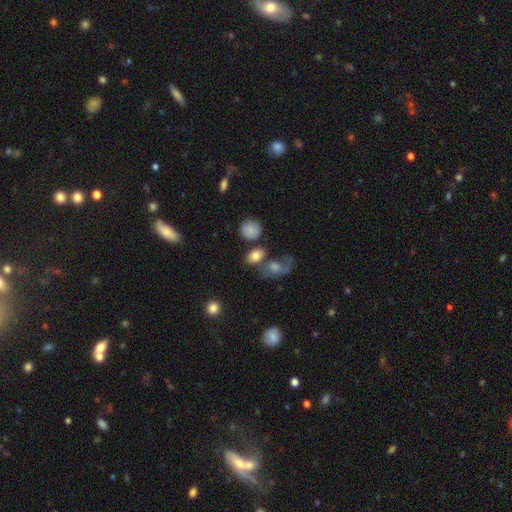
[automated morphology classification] This appears to be a smooth galaxy with no disk features (79%) that is in between round and cigar-shaped (63%). Merging: none (54%).